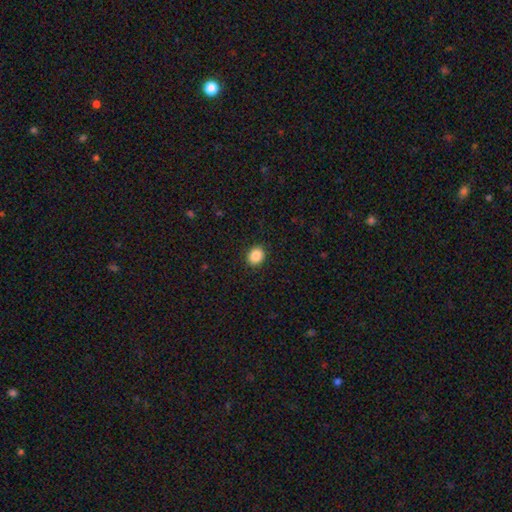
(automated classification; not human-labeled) smooth 87%, star or artifact 9%, featured or disk 4%. Down the decision tree: how rounded — round (62%); merging — none (91%).